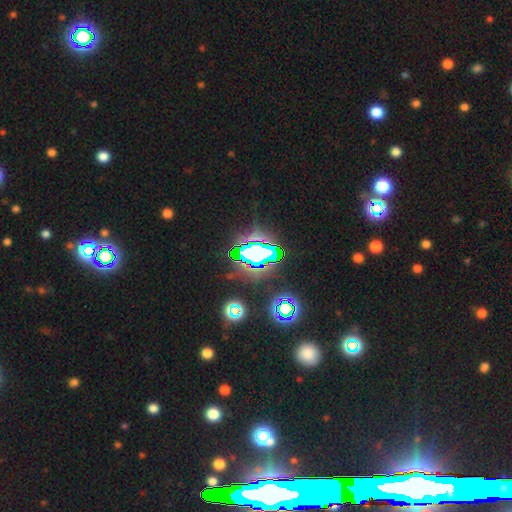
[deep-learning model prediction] Smooth or featured? Predicted: star or artifact (p=0.77).